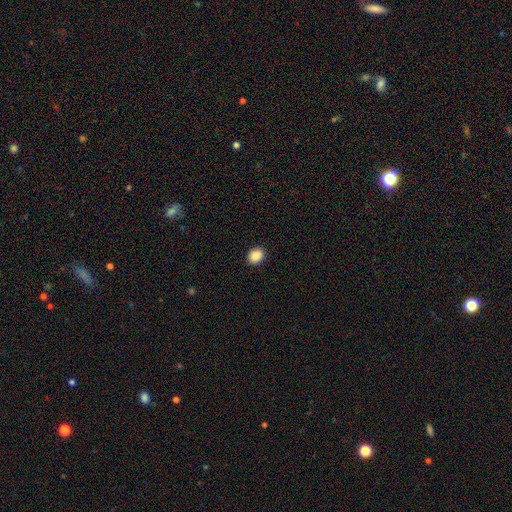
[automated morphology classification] A smooth galaxy with no disk features (89%) that is round (57%).

Vote fractions:
- Smooth or featured? smooth: 89% / star or artifact: 8% / featured or disk: 2%
- How rounded? round: 57% / in between: 42% / cigar-shaped: 1%
- Merging? none: 91% / minor disturbance: 6% / major disturbance: 2% / merger: 1%